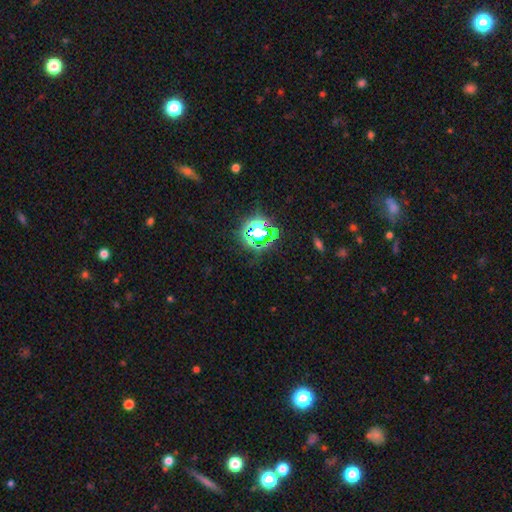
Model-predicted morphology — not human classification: A star or artifact, not a galaxy (75%).